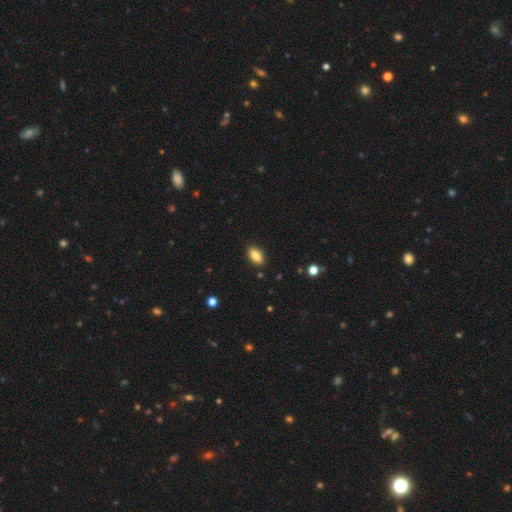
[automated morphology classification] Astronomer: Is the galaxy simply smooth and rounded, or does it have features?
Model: smooth — 86%.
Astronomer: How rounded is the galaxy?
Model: in between — 90%.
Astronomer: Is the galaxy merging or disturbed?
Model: none — 87%.